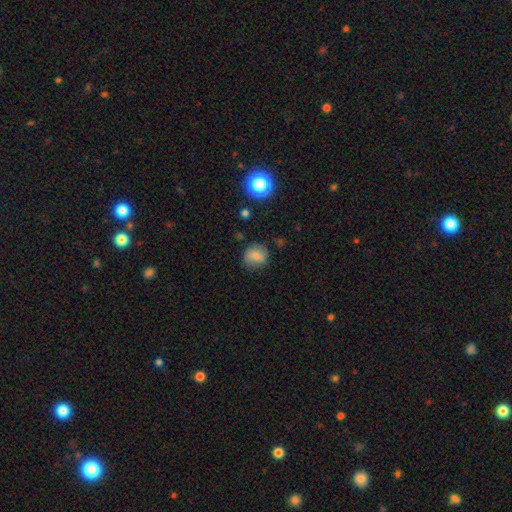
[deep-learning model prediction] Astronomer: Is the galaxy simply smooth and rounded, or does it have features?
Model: smooth — 75%.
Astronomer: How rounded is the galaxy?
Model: round — 76%.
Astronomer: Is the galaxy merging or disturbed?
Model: none — 73%.